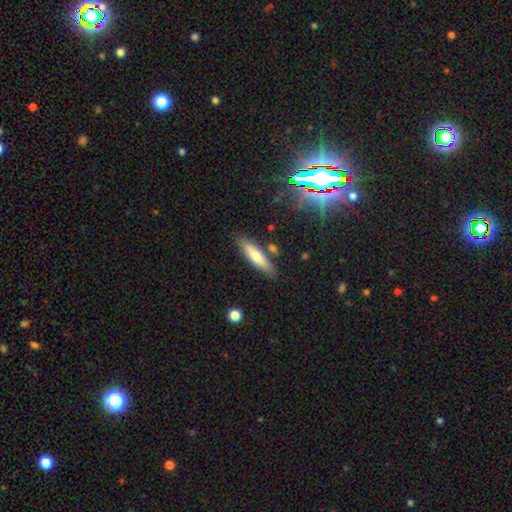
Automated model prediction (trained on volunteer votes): A smooth galaxy with no disk features (68%) that is cigar-shaped (75%).

Vote fractions:
- Smooth or featured? smooth: 68% / featured or disk: 25% / star or artifact: 7%
- How rounded? cigar-shaped: 75% / in between: 24% / round: 2%
- Merging? none: 83% / minor disturbance: 10% / merger: 5% / major disturbance: 2%